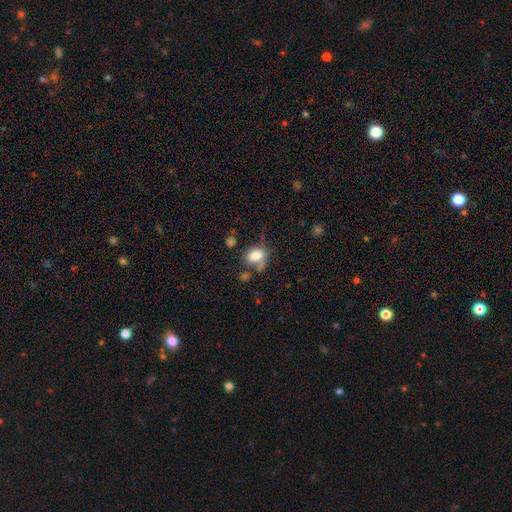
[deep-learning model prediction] This appears to be a smooth galaxy with no disk features (79%) that is in between round and cigar-shaped (58%). Merging: none (44%).